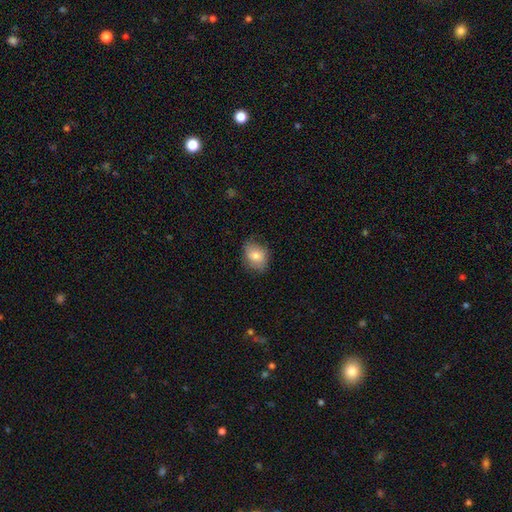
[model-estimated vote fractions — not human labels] smooth-or-featured: smooth: 77% | featured or disk: 15% | star or artifact: 8%
  how-rounded: in between: 61% | round: 38% | cigar-shaped: 1%
  merging: none: 74% | minor disturbance: 20% | major disturbance: 5% | merger: 1%